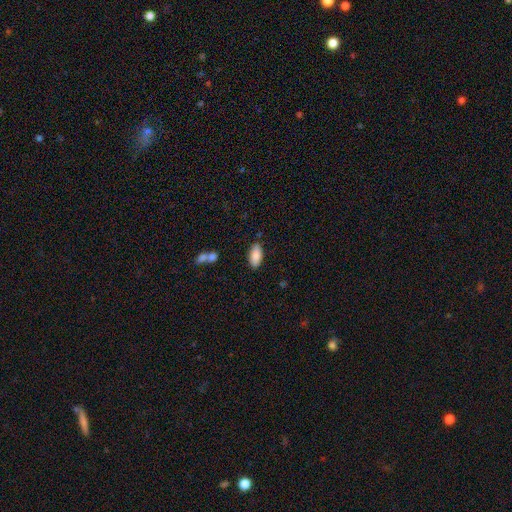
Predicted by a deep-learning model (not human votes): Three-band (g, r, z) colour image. It shows a smooth galaxy with no disk features (87%) that is in between round and cigar-shaped (89%). Merging: none (85%).